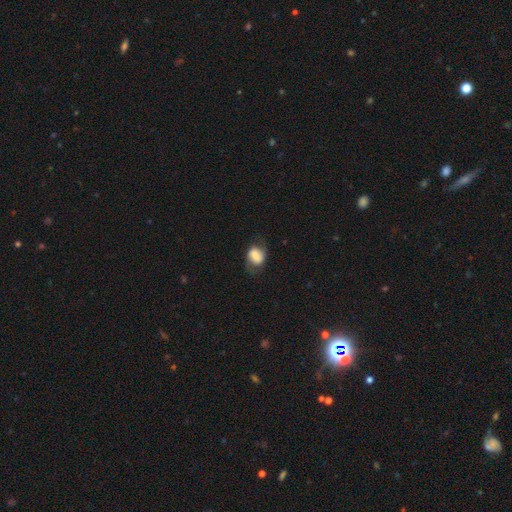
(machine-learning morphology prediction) Smooth or featured? Predicted: smooth (p=0.57). How rounded? Predicted: in between (p=0.67). Merging? Predicted: none (p=0.62).